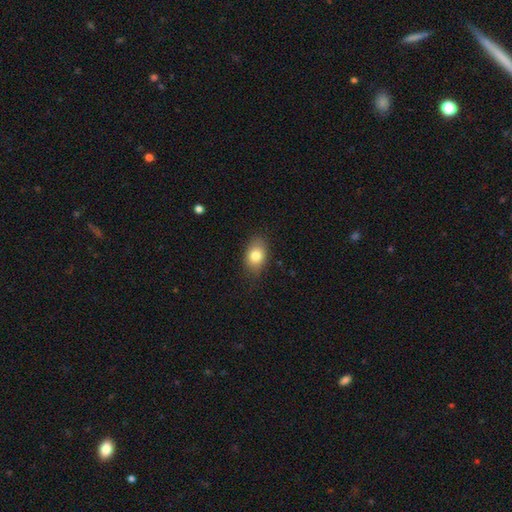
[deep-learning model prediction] A smooth galaxy with no disk features (81%) that is in between round and cigar-shaped (81%). Merging: none (80%).